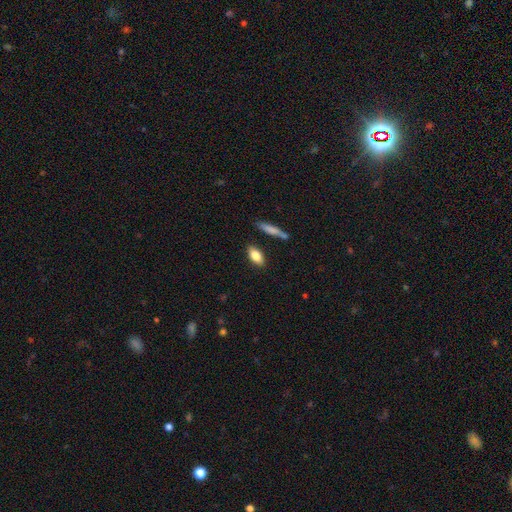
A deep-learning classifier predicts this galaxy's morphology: Smooth or featured?
  - smooth: 80% *
  - featured or disk: 13%
  - star or artifact: 7%
How rounded?
  - in between: 81% *
  - cigar-shaped: 16%
  - round: 4%
Merging?
  - none: 82% *
  - minor disturbance: 11%
  - merger: 4%
  - major disturbance: 3%